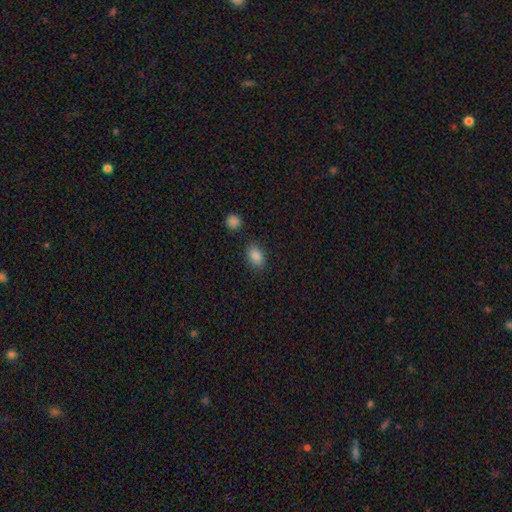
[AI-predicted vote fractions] A smooth galaxy with no disk features (86%) that is in between round and cigar-shaped (81%). Merging: none (82%).